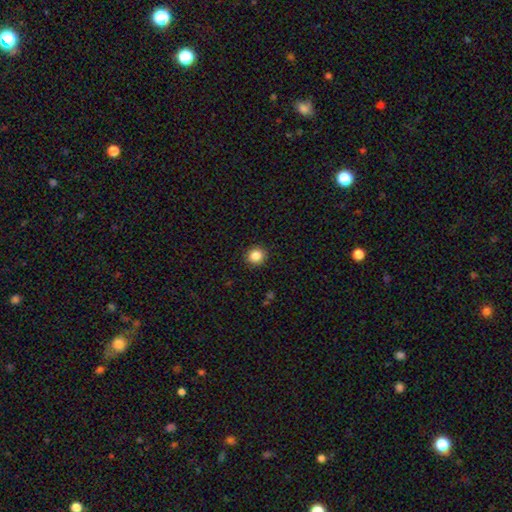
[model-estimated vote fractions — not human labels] Smooth or featured?
  - smooth: 86% *
  - star or artifact: 10%
  - featured or disk: 4%
How rounded?
  - round: 86% *
  - in between: 13%
  - cigar-shaped: 1%
Merging?
  - none: 91% *
  - minor disturbance: 6%
  - major disturbance: 2%
  - merger: 1%